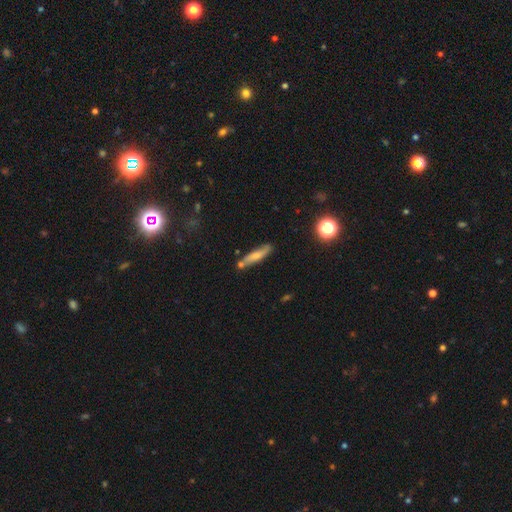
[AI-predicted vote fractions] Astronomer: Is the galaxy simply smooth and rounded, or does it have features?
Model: smooth — 56% (runner-up: featured or disk, 35%).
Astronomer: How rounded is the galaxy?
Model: cigar-shaped — 85%.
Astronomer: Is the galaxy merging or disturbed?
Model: none — 68%.